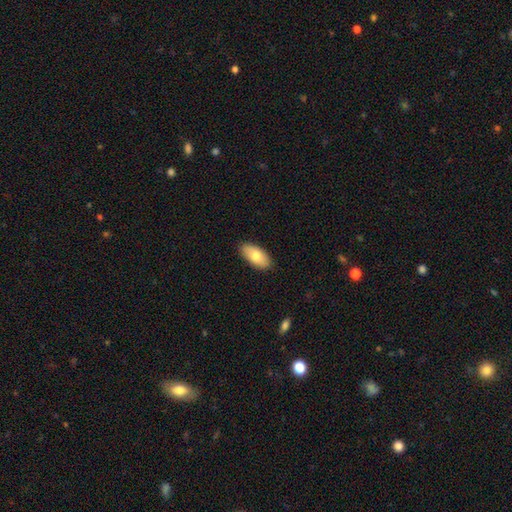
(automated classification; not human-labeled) A smooth galaxy with no disk features (77%) that is in between round and cigar-shaped (92%). Merging: none (88%).